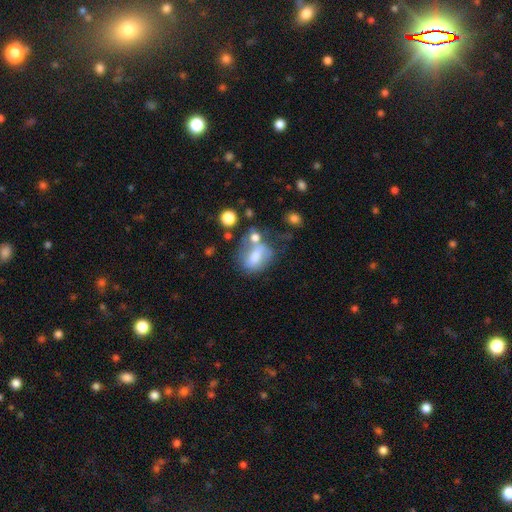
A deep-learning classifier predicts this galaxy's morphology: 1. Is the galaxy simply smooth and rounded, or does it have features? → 60% smooth, 30% featured or disk, 10% star or artifact.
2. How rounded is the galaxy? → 72% in between, 25% round, 3% cigar-shaped.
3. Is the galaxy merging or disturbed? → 35% none, 29% merger, 20% minor disturbance, 17% major disturbance.